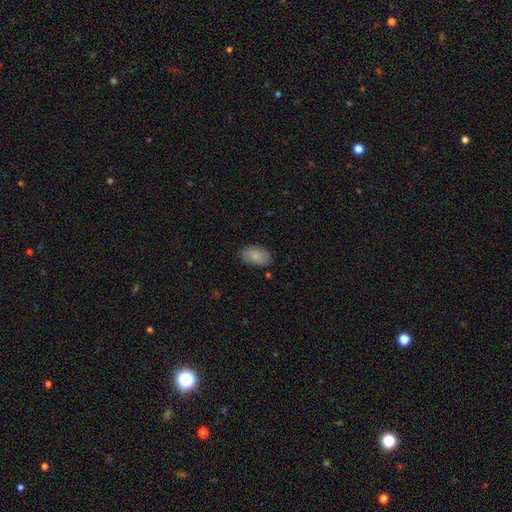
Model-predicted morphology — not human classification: smooth-or-featured: smooth: 84% | featured or disk: 9% | star or artifact: 7%
  how-rounded: in between: 92% | round: 7% | cigar-shaped: 1%
  merging: none: 80% | minor disturbance: 15% | major disturbance: 3% | merger: 2%